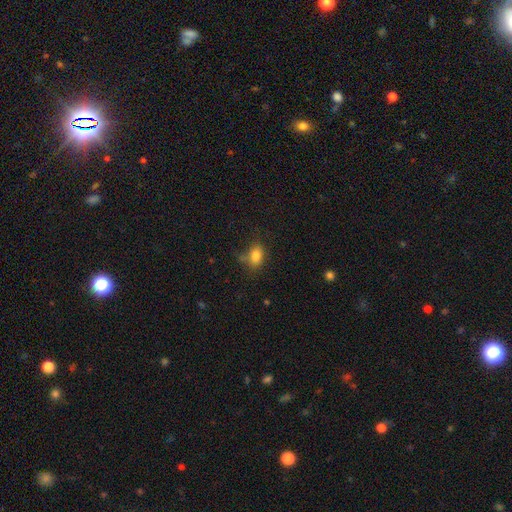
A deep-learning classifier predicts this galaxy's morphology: Overall: smooth (81%). How rounded: in between (75%). Merging: none (66%).